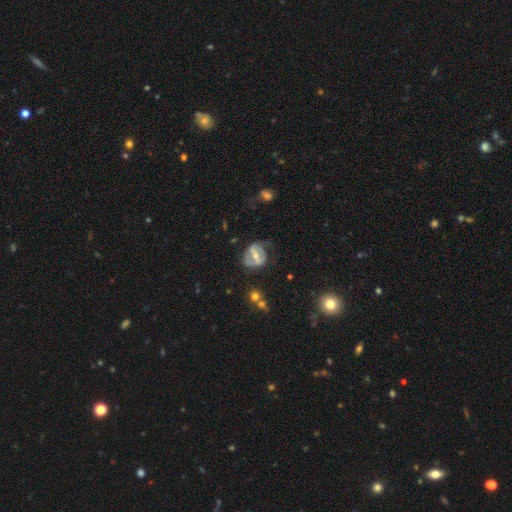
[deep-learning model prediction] Smooth or featured? Predicted: featured or disk (p=0.67). Edge-on disk? Predicted: no (p=0.95). Bar? Predicted: strong (p=0.53). Spiral arms? Predicted: yes (p=0.54). Bulge size? Predicted: moderate (p=0.61). Merging? Predicted: none (p=0.55).